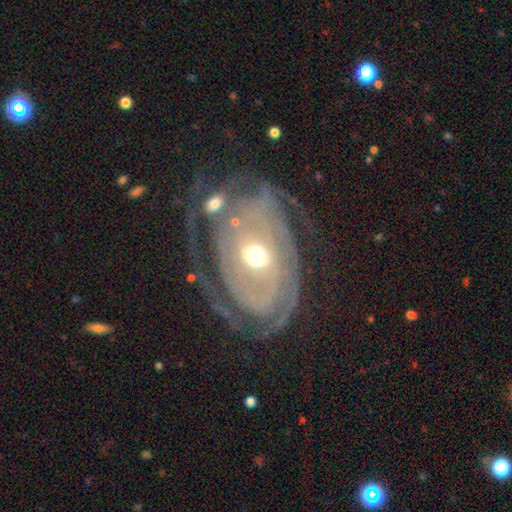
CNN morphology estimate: smooth_or_featured: featured or disk (p=0.85) [alt: smooth p=0.10]
disk_edge_on: no (p=0.95) [alt: yes p=0.05]
bar: no (p=0.44) [alt: weak p=0.35]
has_spiral_arms: yes (p=0.81) [alt: no p=0.19]
spiral_winding: tight (p=0.51) [alt: medium p=0.31]
spiral_arm_count: 2 (p=0.50) [alt: can't tell p=0.24]
bulge_size: moderate (p=0.67) [alt: small p=0.20]
merging: none (p=0.48) [alt: major disturbance p=0.24]